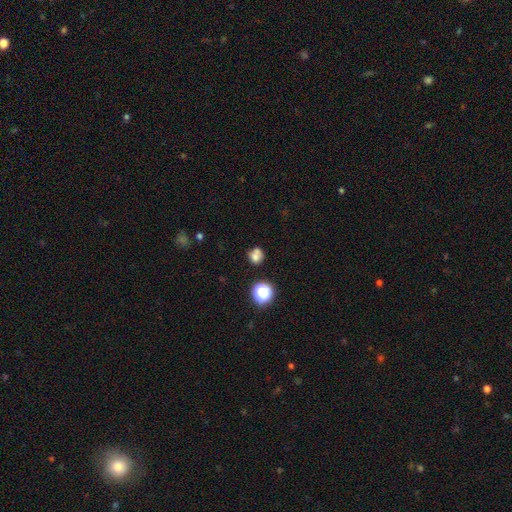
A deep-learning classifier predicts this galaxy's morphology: smooth_or_featured: smooth (p=0.73) [alt: star or artifact p=0.15]
how_rounded: round (p=0.74) [alt: in between p=0.25]
merging: none (p=0.48) [alt: merger p=0.31]